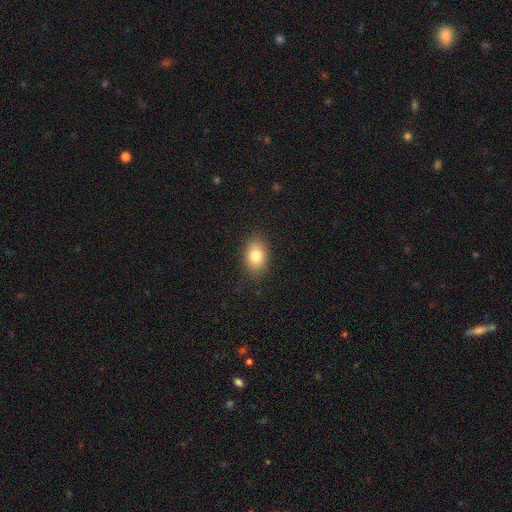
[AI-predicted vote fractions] Smooth or featured? smooth (82%)
How rounded? in between (82%)
Merging? none (85%)